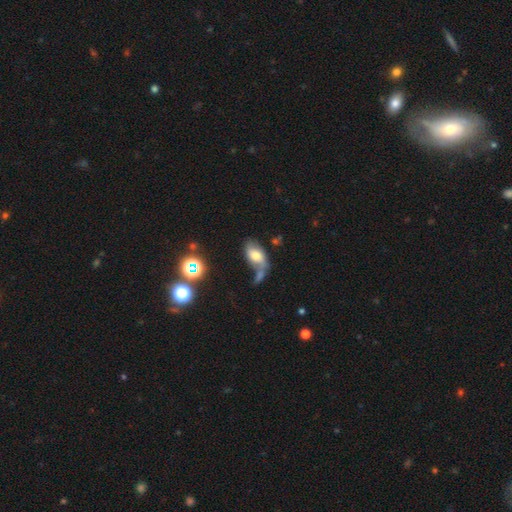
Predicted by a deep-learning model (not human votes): Morphology: type=smooth (61%); roundness=in between (89%); merging=none (32%, tied with merger).